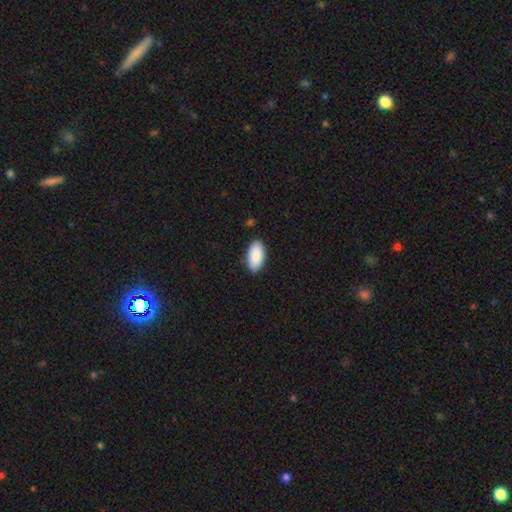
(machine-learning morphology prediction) Smooth or featured: smooth — 90% (star or artifact — 6%)
How rounded: in between — 95% (cigar-shaped — 3%)
Merging: none — 87% (minor disturbance — 10%)